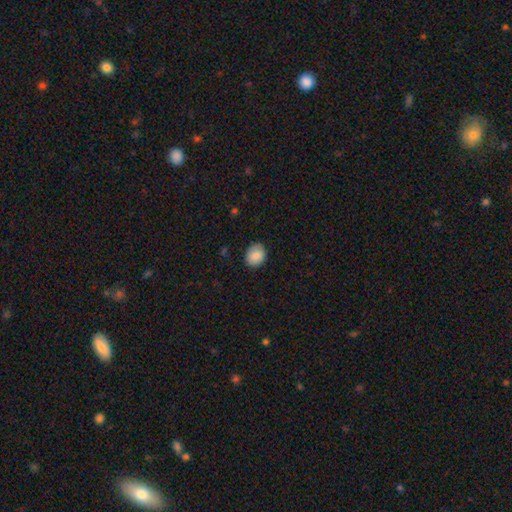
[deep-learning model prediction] smooth_or_featured: smooth (p=0.86) [alt: star or artifact p=0.07]
how_rounded: round (p=0.54) [alt: in between p=0.45]
merging: none (p=0.81) [alt: minor disturbance p=0.15]